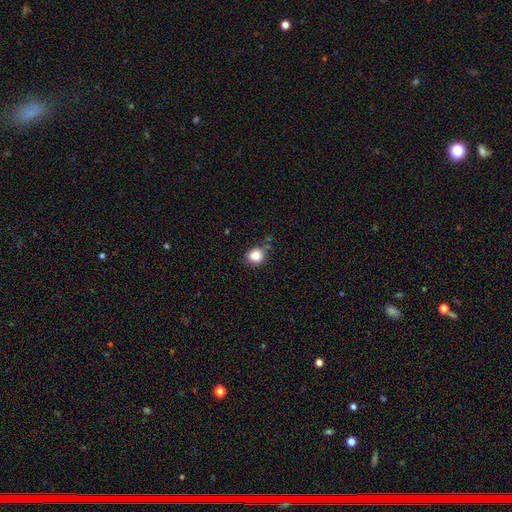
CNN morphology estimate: smooth 85%, star or artifact 10%, featured or disk 5%. Down the decision tree: how rounded — round (79%); merging — none (73%).